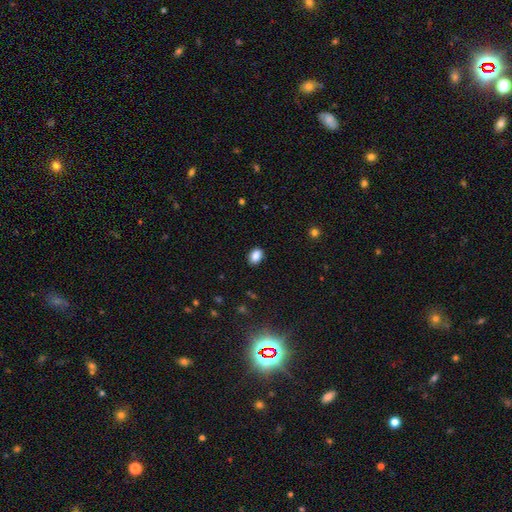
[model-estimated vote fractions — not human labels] Overall: smooth (88%). How rounded: in between (78%). Merging: none (88%).